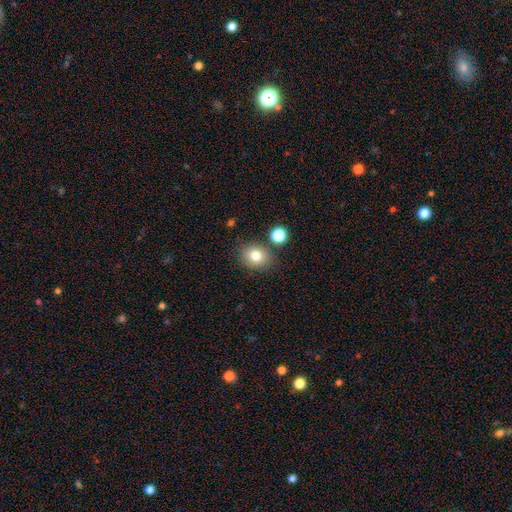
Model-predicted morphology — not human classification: Smooth or featured? smooth (80%)
How rounded? round (66%)
Merging? none (80%)